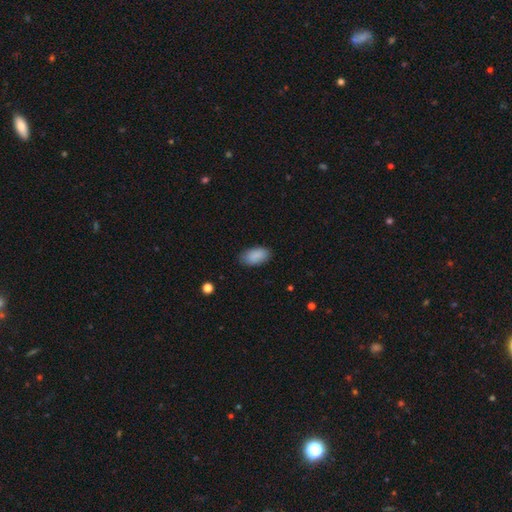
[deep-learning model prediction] This is clearly a smooth galaxy (89%). How rounded: clearly in between (94%). Merging: clearly none (81%).